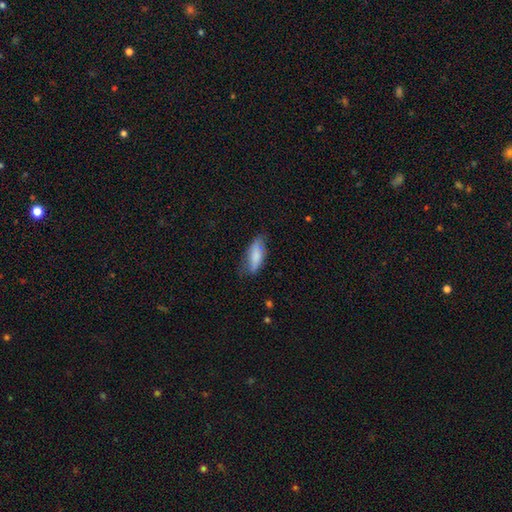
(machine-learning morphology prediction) Smooth or featured? Predicted: smooth (p=0.74). How rounded? Predicted: in between (p=0.67). Merging? Predicted: none (p=0.59).